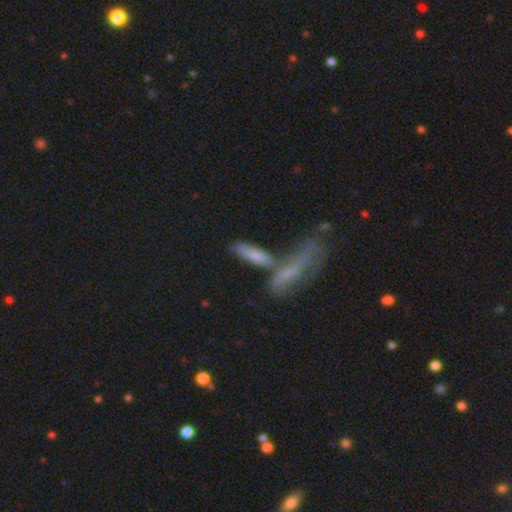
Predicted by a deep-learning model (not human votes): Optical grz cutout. It shows a smooth galaxy with no disk features (58%) that is cigar-shaped (60%). Merging: merger (46%).